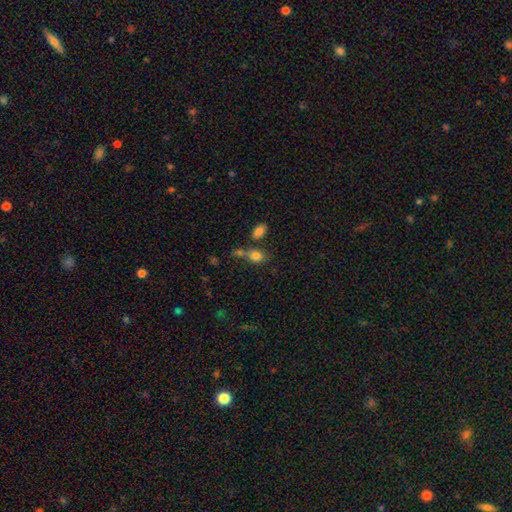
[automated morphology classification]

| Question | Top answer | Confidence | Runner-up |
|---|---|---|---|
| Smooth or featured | smooth | 81% | star or artifact (11%) |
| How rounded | in between | 62% | round (35%) |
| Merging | none | 47% | merger (34%) |